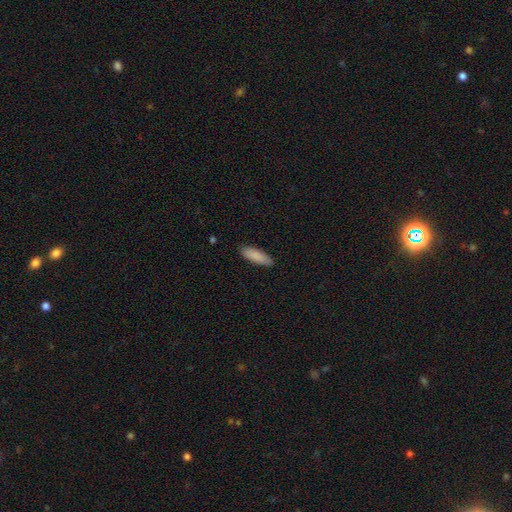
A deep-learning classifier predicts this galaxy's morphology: type=smooth (89%); roundness=cigar-shaped (52%); merging=none (89%).